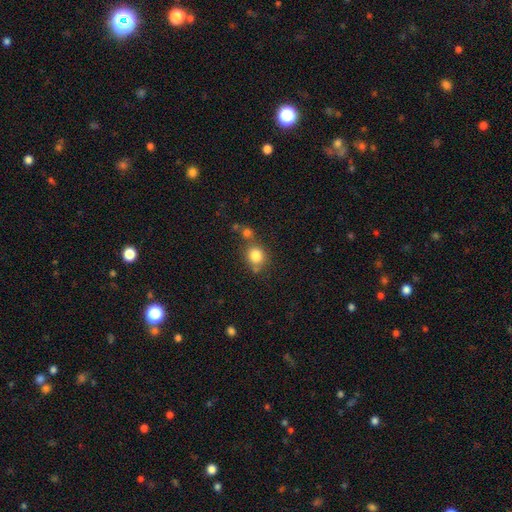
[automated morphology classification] Q: Smooth or featured?
A: smooth (82%); runner-up: star or artifact (11%)
Q: How rounded?
A: round (78%); runner-up: in between (21%)
Q: Merging?
A: none (59%); runner-up: merger (22%)